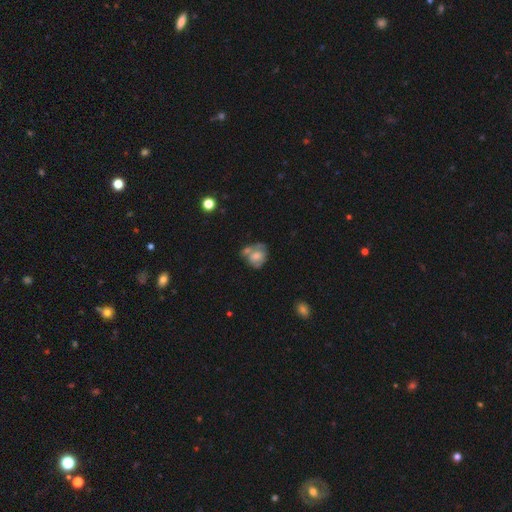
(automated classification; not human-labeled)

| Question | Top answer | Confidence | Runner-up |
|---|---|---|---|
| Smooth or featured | smooth | 51% | featured or disk (41%) |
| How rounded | round | 57% | in between (42%) |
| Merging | none | 34% | merger (32%) |